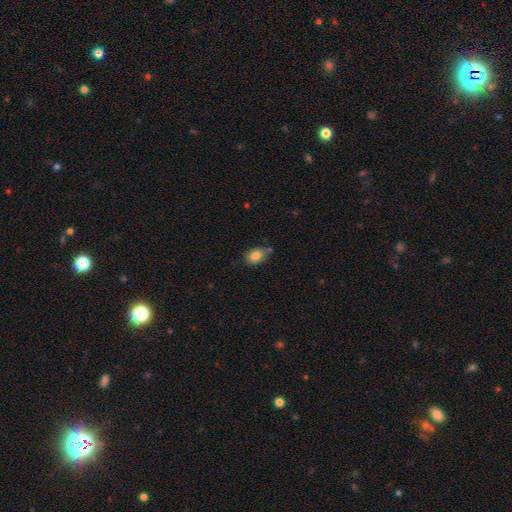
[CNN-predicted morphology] Smooth or featured? smooth (83%)
How rounded? in between (70%)
Merging? none (63%)